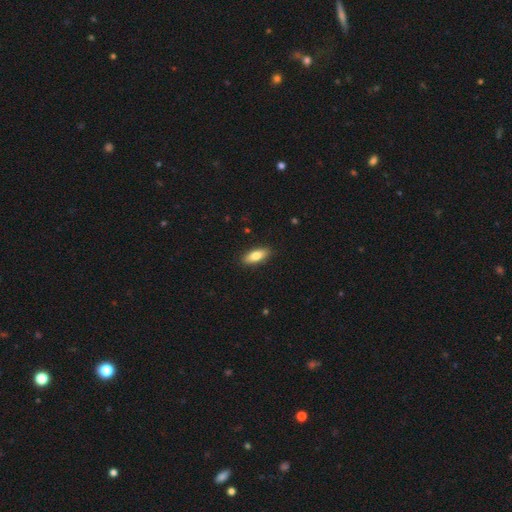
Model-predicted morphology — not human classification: A smooth galaxy with no disk features (77%) that is in between round and cigar-shaped (74%).

Vote fractions:
- Smooth or featured? smooth: 77% / featured or disk: 16% / star or artifact: 6%
- How rounded? in between: 74% / cigar-shaped: 23% / round: 3%
- Merging? none: 89% / minor disturbance: 8% / major disturbance: 2% / merger: 1%